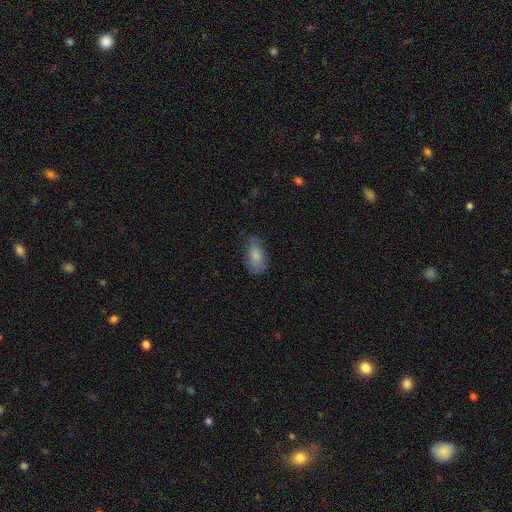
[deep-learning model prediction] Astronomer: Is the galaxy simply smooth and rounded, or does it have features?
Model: smooth — 80%.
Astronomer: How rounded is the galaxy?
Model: in between — 91%.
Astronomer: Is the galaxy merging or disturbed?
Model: none — 64%.